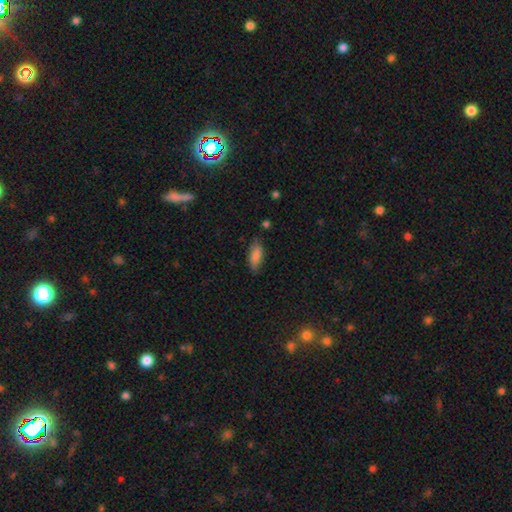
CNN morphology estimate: Overall: smooth (81%). How rounded: in between (77%). Merging: none (79%).